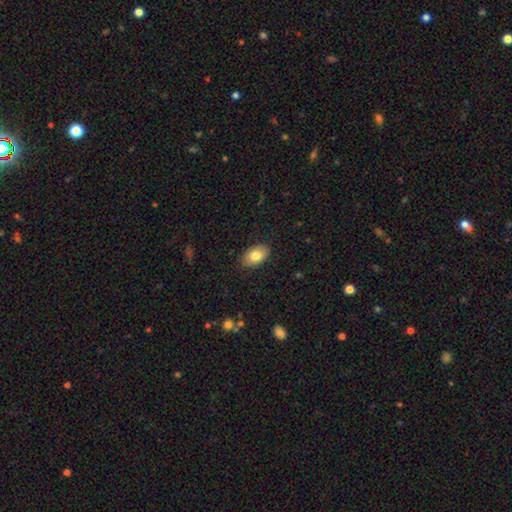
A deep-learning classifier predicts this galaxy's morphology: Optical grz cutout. It shows a smooth galaxy with no disk features (79%) that is in between round and cigar-shaped (91%). Merging: none (86%).